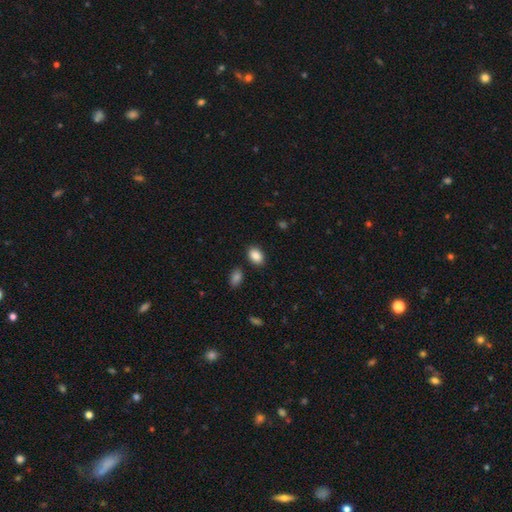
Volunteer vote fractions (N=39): This appears to be a smooth galaxy with no disk features (85%) that is in between round and cigar-shaped (85%). Merging: none (89%).